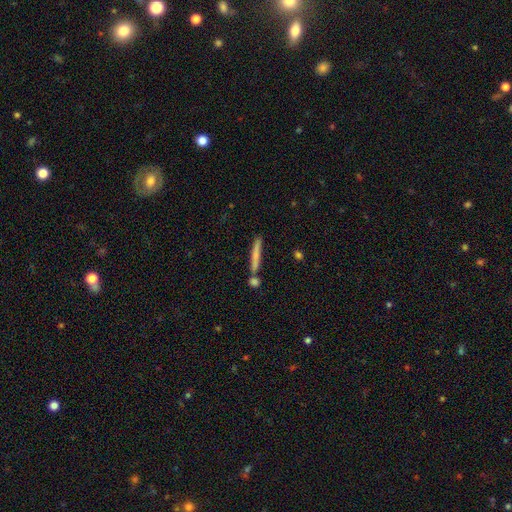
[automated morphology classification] Q: Smooth or featured?
A: smooth (65%); runner-up: featured or disk (28%)
Q: How rounded?
A: cigar-shaped (95%); runner-up: in between (4%)
Q: Merging?
A: none (73%); runner-up: merger (13%)